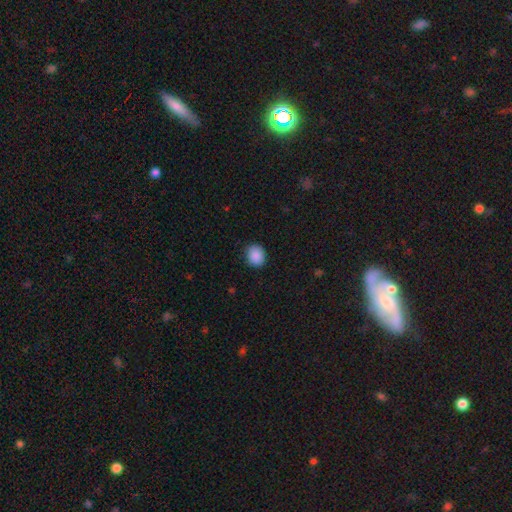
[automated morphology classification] Q: Smooth or featured?
A: smooth (89%); runner-up: star or artifact (8%)
Q: How rounded?
A: round (72%); runner-up: in between (27%)
Q: Merging?
A: none (88%); runner-up: minor disturbance (9%)